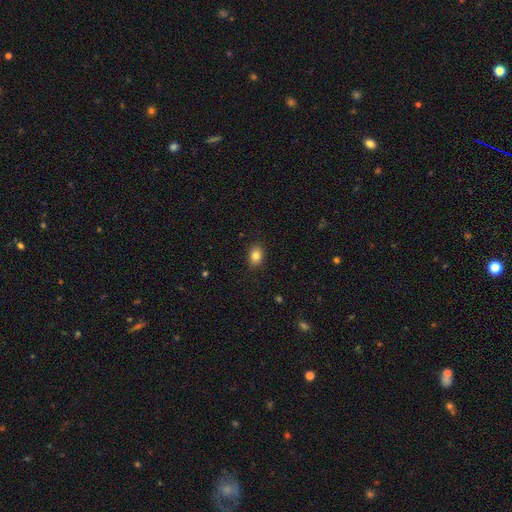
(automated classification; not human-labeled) smooth-or-featured: smooth: 83% | star or artifact: 10% | featured or disk: 7%
  how-rounded: in between: 69% | round: 30% | cigar-shaped: 1%
  merging: none: 89% | minor disturbance: 8% | major disturbance: 2% | merger: 1%